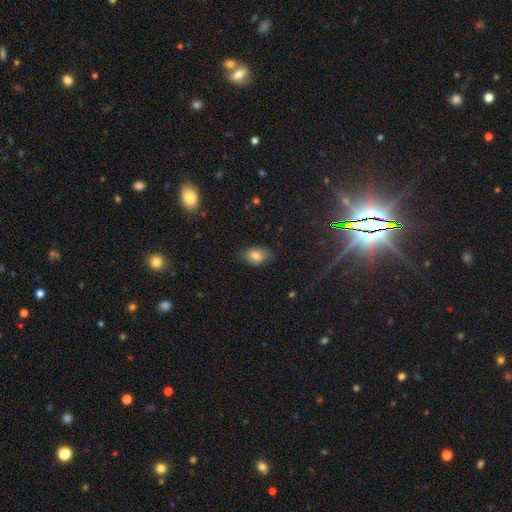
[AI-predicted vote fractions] smooth-or-featured: smooth: 80% | star or artifact: 10% | featured or disk: 10%
  how-rounded: in between: 83% | round: 15% | cigar-shaped: 1%
  merging: none: 80% | minor disturbance: 16% | major disturbance: 3% | merger: 1%